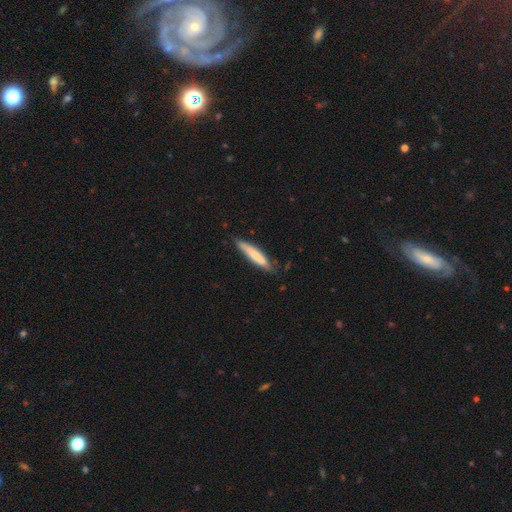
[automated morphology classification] Smooth or featured? smooth (74%)
How rounded? cigar-shaped (90%)
Merging? none (77%)